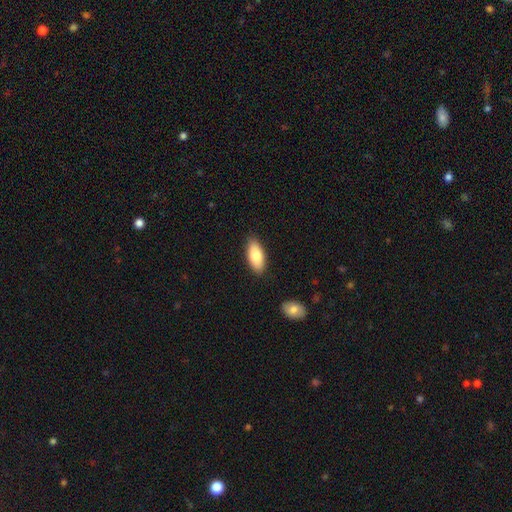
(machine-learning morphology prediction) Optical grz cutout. It shows a smooth galaxy with no disk features (83%) that is in between round and cigar-shaped (87%). Merging: none (87%).